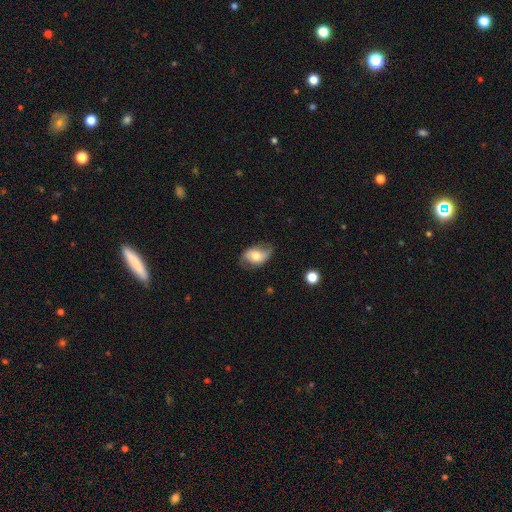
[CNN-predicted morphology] smooth_or_featured: smooth (p=0.49) [alt: featured or disk p=0.43]
merging: none (p=0.60) [alt: minor disturbance p=0.28]